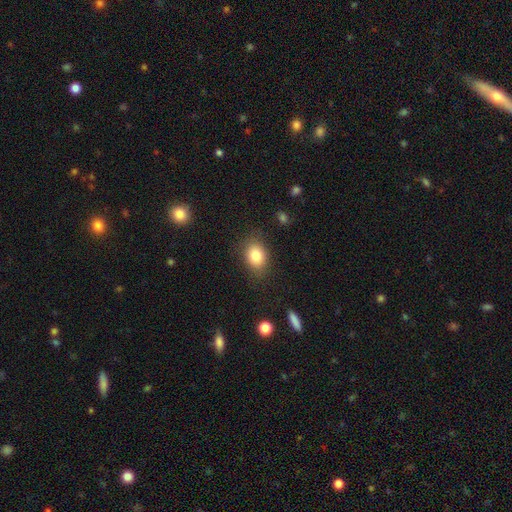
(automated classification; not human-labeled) The model was most divided on "how rounded": in between: 70%, round: 28%, cigar-shaped: 1%. More confident: smooth or featured — smooth (83%); merging — none (81%).